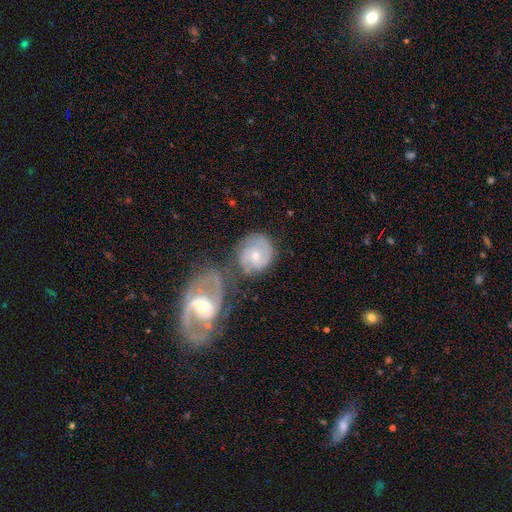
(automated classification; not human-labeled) The model was most divided on "merging": none: 43%, merger: 32%, minor disturbance: 16%, major disturbance: 9%. More confident: edge-on disk — no (97%); spiral arms — yes (91%); smooth or featured — featured or disk (72%); bar — no (67%); bulge size — small (60%); spiral winding — tight (53%); spiral arm count — 2 (50%).